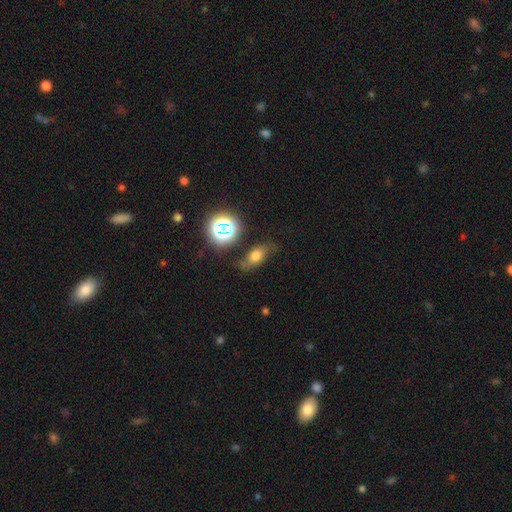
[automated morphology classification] A smooth galaxy with no disk features (61%) that is in between round and cigar-shaped (76%).

Vote fractions:
- Smooth or featured? smooth: 61% / star or artifact: 20% / featured or disk: 19%
- How rounded? in between: 76% / round: 16% / cigar-shaped: 8%
- Merging? none: 62% / minor disturbance: 23% / major disturbance: 9% / merger: 6%